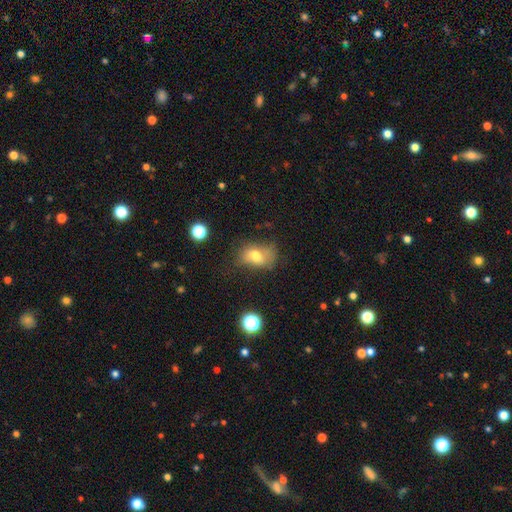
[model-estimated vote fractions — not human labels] Overall: smooth (69%). How rounded: in between (78%). Merging: none (50%; minor disturbance 29%).